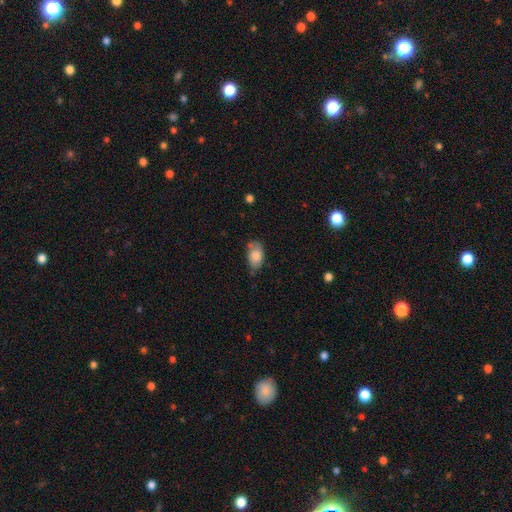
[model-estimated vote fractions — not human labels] This appears to be a smooth galaxy with no disk features (77%) that is in between round and cigar-shaped (92%). Merging: none (57%).